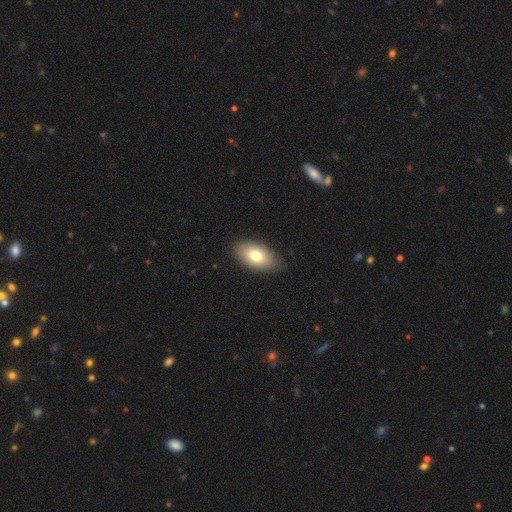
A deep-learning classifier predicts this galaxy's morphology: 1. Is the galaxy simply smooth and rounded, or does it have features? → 75% smooth, 18% featured or disk, 7% star or artifact.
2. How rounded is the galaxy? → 92% in between, 6% round, 2% cigar-shaped.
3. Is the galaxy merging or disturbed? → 85% none, 12% minor disturbance, 2% major disturbance, 1% merger.